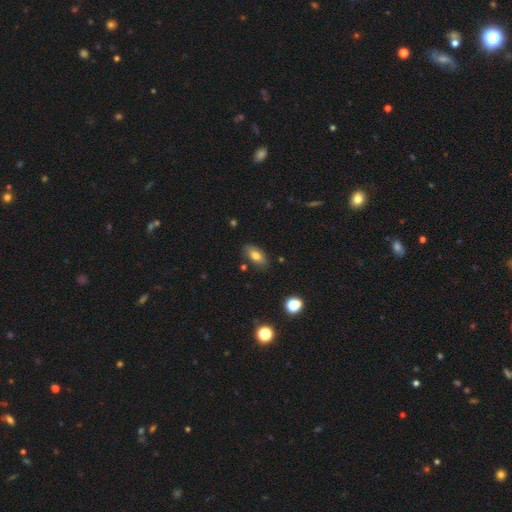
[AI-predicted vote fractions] smooth_or_featured: smooth (p=0.74) [alt: featured or disk p=0.17]
how_rounded: in between (p=0.88) [alt: cigar-shaped p=0.06]
merging: none (p=0.82) [alt: minor disturbance p=0.13]